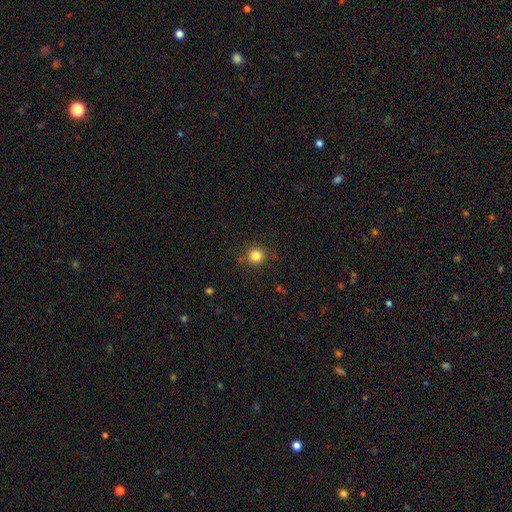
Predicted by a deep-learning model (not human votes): This appears to be a smooth galaxy with no disk features (83%) that is round (94%). Merging: none (87%).